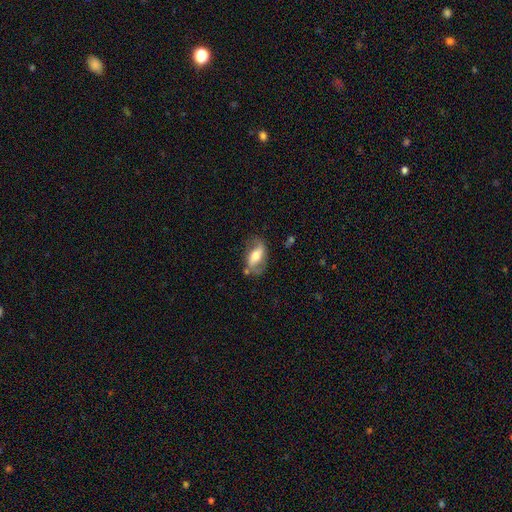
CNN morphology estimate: Overall: featured or disk (62%; smooth 31%). Edge-on disk: no (90%). Bar: strong (38%; weak 33%). Spiral arms: yes (77%). Bulge size: moderate (61%). Merging: none (67%).